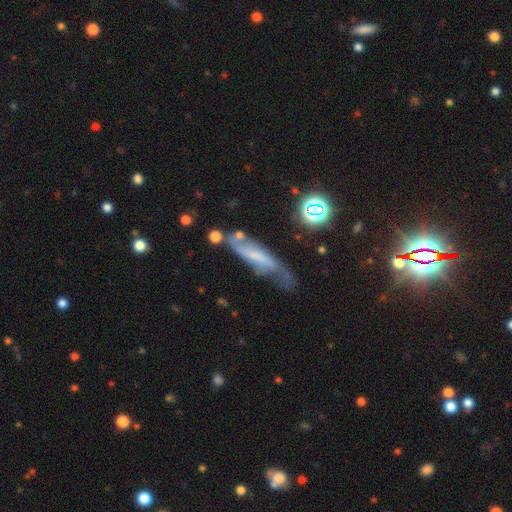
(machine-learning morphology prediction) Smooth or featured? featured or disk (61%)
Edge-on disk? no (69%)
Merging? none (47%)